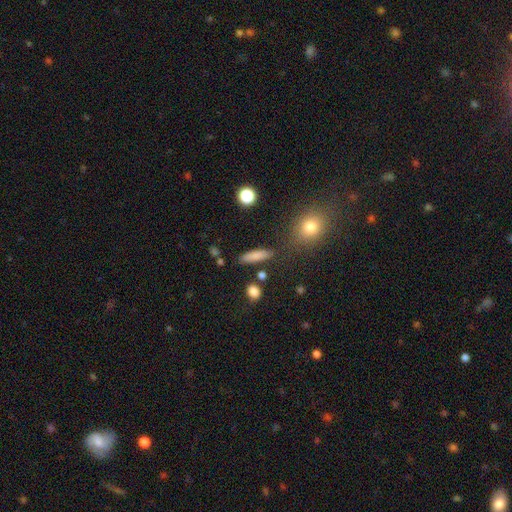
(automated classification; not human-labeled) Smooth or featured? smooth (80%)
How rounded? cigar-shaped (66%)
Merging? none (82%)